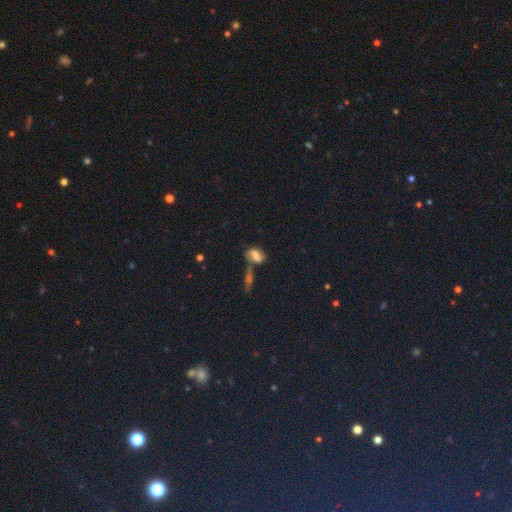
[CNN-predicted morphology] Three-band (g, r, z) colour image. It shows a smooth galaxy with no disk features (53%) that is in between round and cigar-shaped (81%). Merging: none (38%).